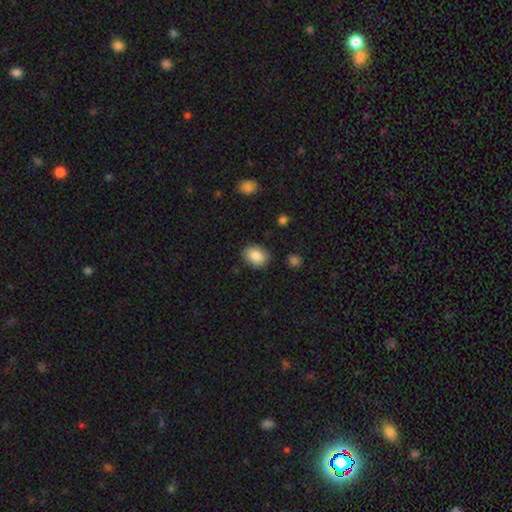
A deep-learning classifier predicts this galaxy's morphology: A smooth galaxy with no disk features (86%) that is in between round and cigar-shaped (69%). Merging: none (85%).